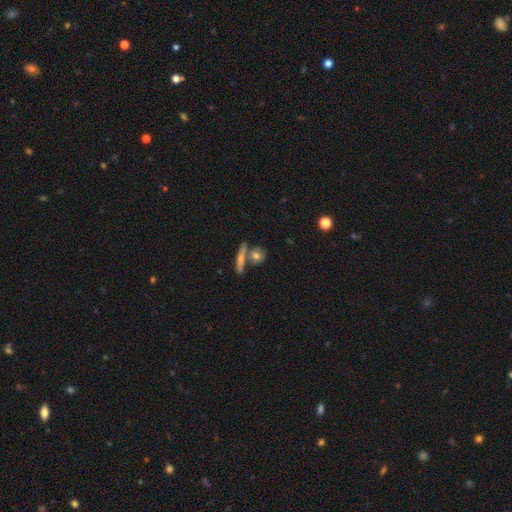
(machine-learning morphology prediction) Smooth or featured?
  - smooth: 65% *
  - featured or disk: 24%
  - star or artifact: 11%
How rounded?
  - round: 52% *
  - in between: 25%
  - cigar-shaped: 23%
Merging?
  - none: 60% *
  - merger: 26%
  - minor disturbance: 9%
  - major disturbance: 4%